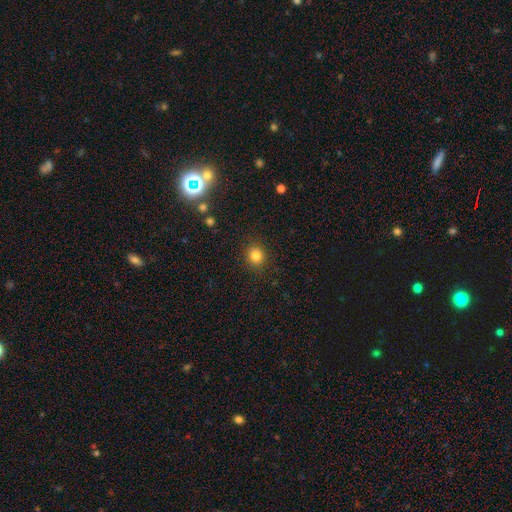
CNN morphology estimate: Overall: smooth (84%). How rounded: round (82%). Merging: none (89%).